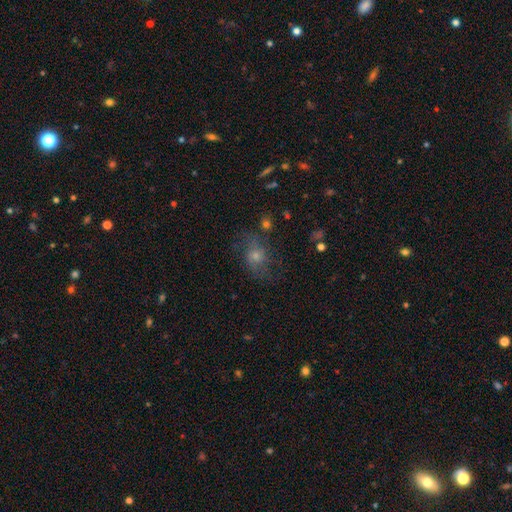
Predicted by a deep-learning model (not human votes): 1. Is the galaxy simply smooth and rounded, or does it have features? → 41% featured or disk, 35% smooth, 24% star or artifact.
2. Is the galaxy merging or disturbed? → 63% none, 19% minor disturbance, 15% major disturbance, 3% merger.